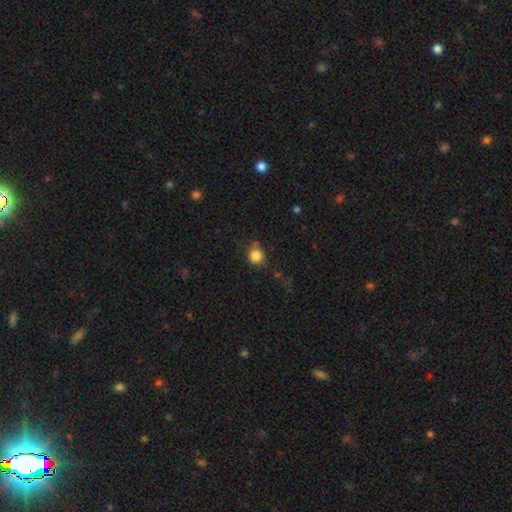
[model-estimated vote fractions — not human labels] smooth_or_featured: smooth (p=0.83) [alt: star or artifact p=0.11]
how_rounded: round (p=0.82) [alt: in between p=0.17]
merging: none (p=0.63) [alt: minor disturbance p=0.25]